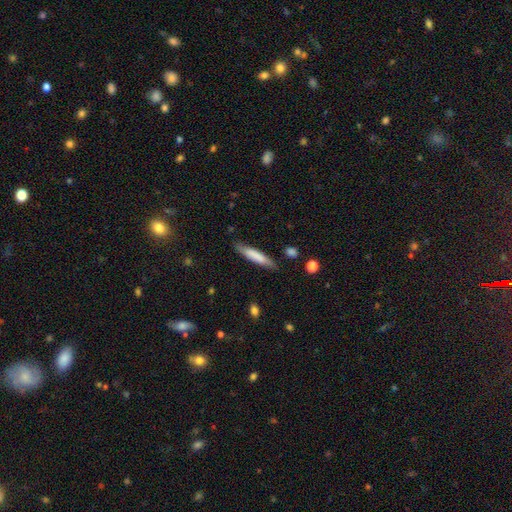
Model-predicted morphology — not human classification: Smooth or featured: smooth — 71% (featured or disk — 23%)
How rounded: cigar-shaped — 87% (in between — 11%)
Merging: none — 81% (minor disturbance — 14%)